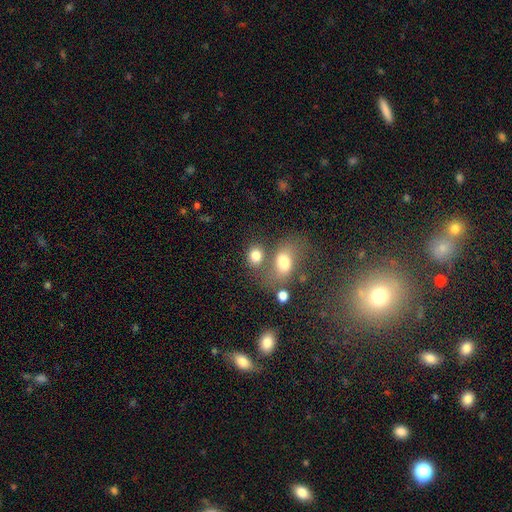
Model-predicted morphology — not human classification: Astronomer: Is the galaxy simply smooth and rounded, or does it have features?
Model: smooth — 78%.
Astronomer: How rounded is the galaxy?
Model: round — 54% (runner-up: in between, 45%).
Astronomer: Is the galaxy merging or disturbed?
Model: none — 51% (runner-up: merger, 31%).